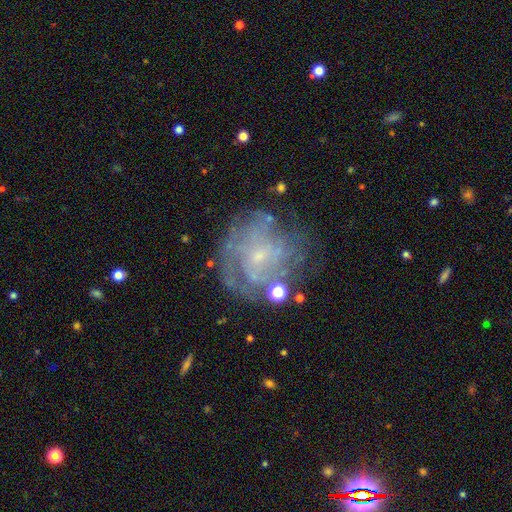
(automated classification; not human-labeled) This is likely a featured or disk galaxy (68%). It is clearly not viewed edge-on (97%). Bar: likely no (69%). Spiral arm pattern: likely yes (73%). Central bulge: likely small (77%). Merging: likely none (67%).